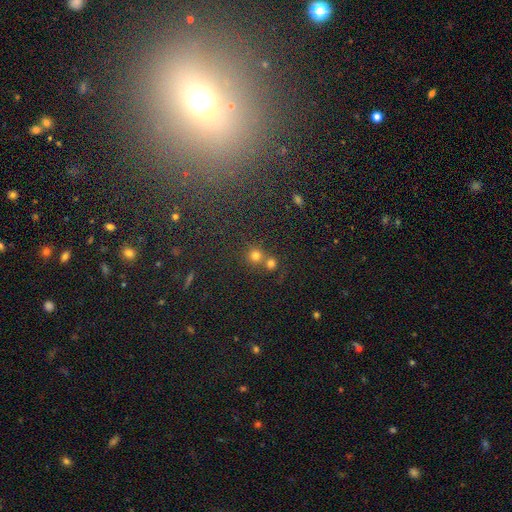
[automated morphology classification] This appears to be a smooth galaxy with no disk features (74%) that is round (91%). Merging: none (52%).